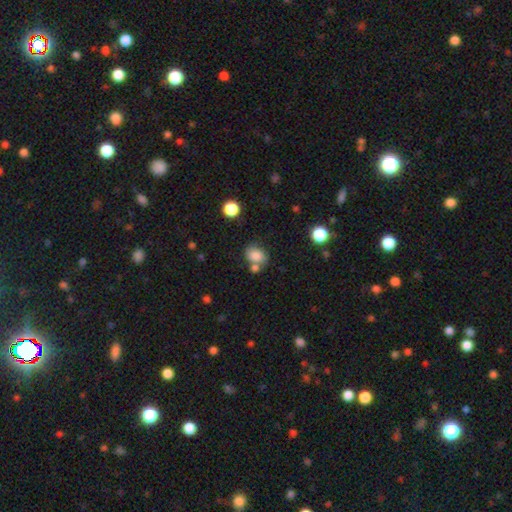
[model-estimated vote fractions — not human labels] Morphology: type=smooth (81%); roundness=in between (56%); merging=none (53%).